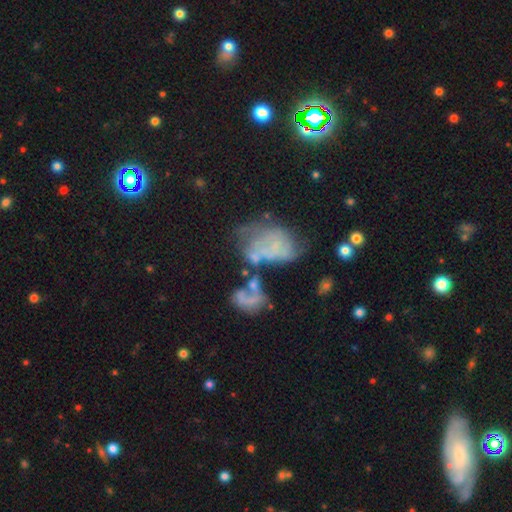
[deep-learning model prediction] The model was most divided on "merging": merger: 40%, major disturbance: 30%, none: 17%, minor disturbance: 13%. More confident: edge-on disk — no (97%); bar — no (84%); spiral arms — no (70%); bulge size — none (66%); smooth or featured — featured or disk (52%).